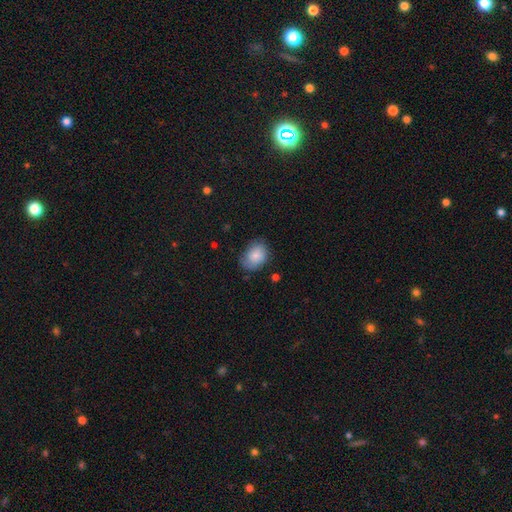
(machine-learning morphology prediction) Smooth or featured?
  - smooth: 82% *
  - featured or disk: 11%
  - star or artifact: 7%
How rounded?
  - in between: 63% *
  - round: 36%
  - cigar-shaped: 1%
Merging?
  - none: 66% *
  - minor disturbance: 26%
  - major disturbance: 6%
  - merger: 2%